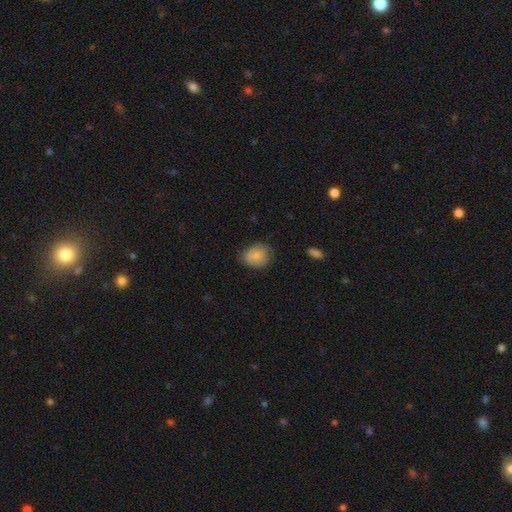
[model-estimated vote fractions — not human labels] A smooth galaxy with no disk features (79%) that is round (54%). Merging: none (63%).